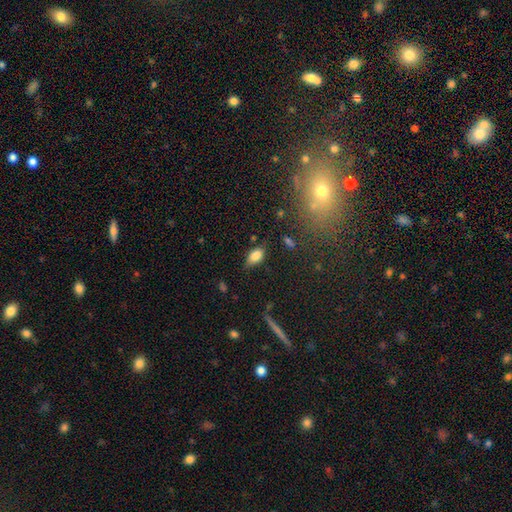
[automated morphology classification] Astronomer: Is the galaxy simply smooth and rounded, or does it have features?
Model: smooth — 82%.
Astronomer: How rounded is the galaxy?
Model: in between — 90%.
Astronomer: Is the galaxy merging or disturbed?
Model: none — 65%.